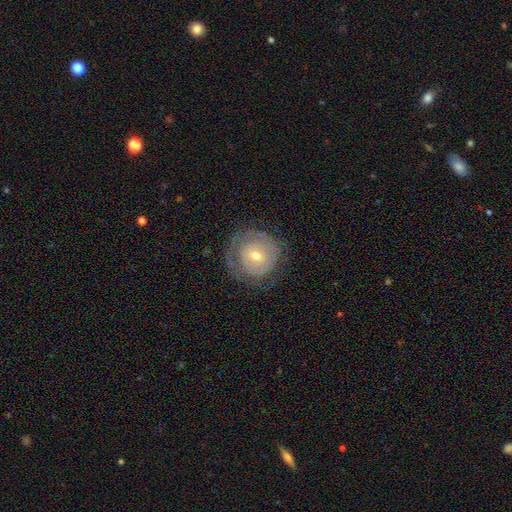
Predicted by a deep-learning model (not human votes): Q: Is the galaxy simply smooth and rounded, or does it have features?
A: featured or disk — 63%.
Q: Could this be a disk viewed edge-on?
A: no — 96%.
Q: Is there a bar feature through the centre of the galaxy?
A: no — 61%.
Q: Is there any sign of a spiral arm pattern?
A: yes — 60%.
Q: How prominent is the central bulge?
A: moderate — 48%, tied with small.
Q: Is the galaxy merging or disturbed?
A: none — 68%.